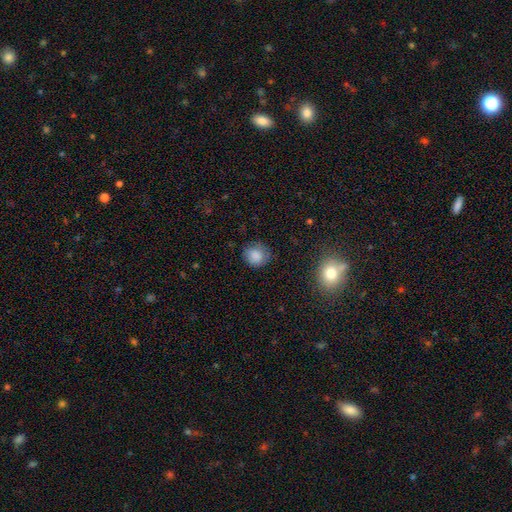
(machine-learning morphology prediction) The model was most divided on "merging": none: 77%, minor disturbance: 17%, major disturbance: 5%, merger: 1%. More confident: smooth or featured — smooth (84%); how rounded — round (84%).